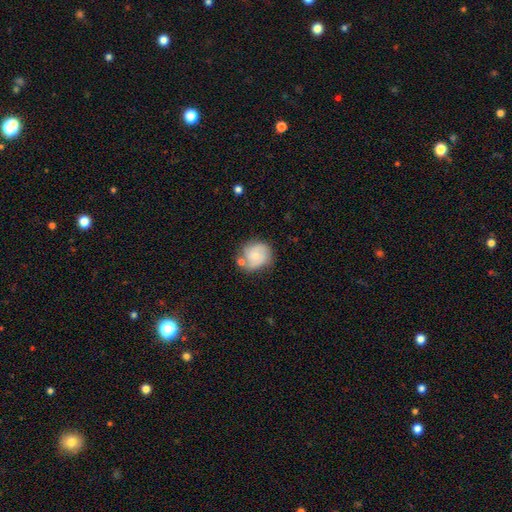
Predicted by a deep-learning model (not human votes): smooth-or-featured: smooth: 49% | featured or disk: 43% | star or artifact: 7%
  merging: none: 55% | minor disturbance: 22% | merger: 16% | major disturbance: 7%